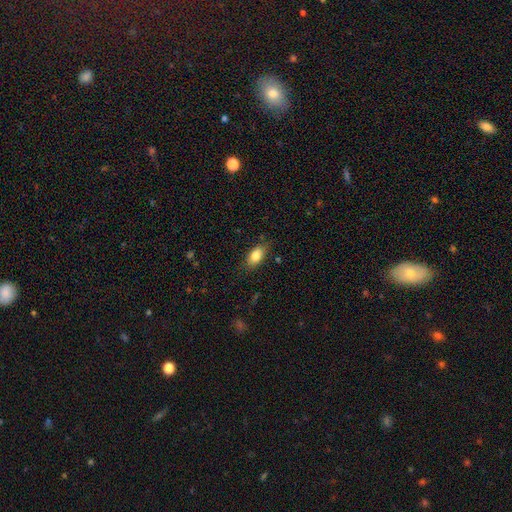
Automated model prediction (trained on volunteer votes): A smooth galaxy with no disk features (82%) that is in between round and cigar-shaped (87%).

Vote fractions:
- Smooth or featured? smooth: 82% / featured or disk: 10% / star or artifact: 8%
- How rounded? in between: 87% / round: 7% / cigar-shaped: 6%
- Merging? none: 81% / minor disturbance: 15% / major disturbance: 3% / merger: 1%